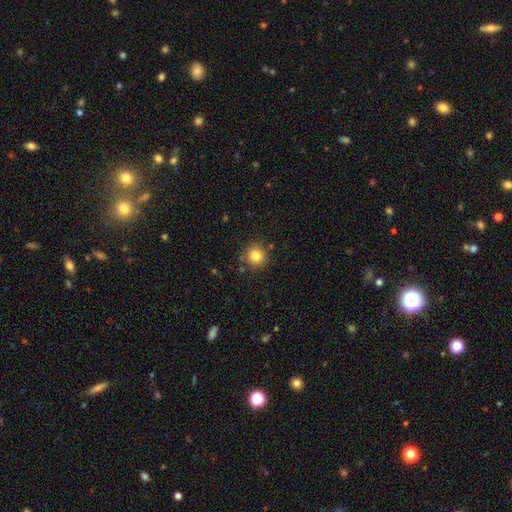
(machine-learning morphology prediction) This is clearly a smooth galaxy (82%). How rounded: clearly round (94%). Merging: clearly none (87%).